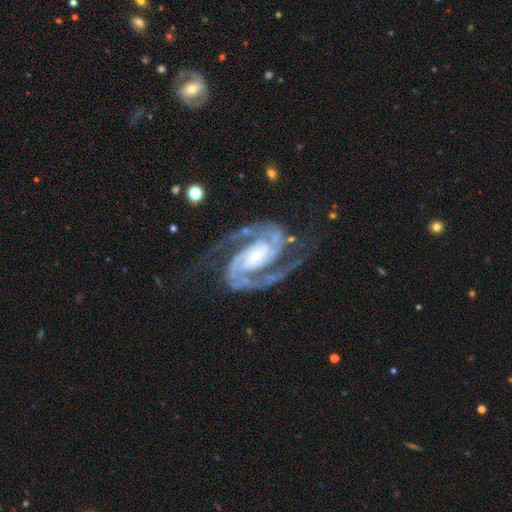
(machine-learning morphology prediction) Q: Smooth or featured?
A: featured or disk (94%); runner-up: star or artifact (4%)
Q: Edge-on disk?
A: no (98%); runner-up: yes (2%)
Q: Bar?
A: no (41%); runner-up: weak (31%)
Q: Spiral arms?
A: yes (99%); runner-up: no (1%)
Q: Spiral winding?
A: medium (55%); runner-up: tight (37%)
Q: Spiral arm count?
A: 2 (94%); runner-up: 3 (2%)
Q: Bulge size?
A: small (62%); runner-up: moderate (21%)
Q: Merging?
A: none (73%); runner-up: minor disturbance (15%)